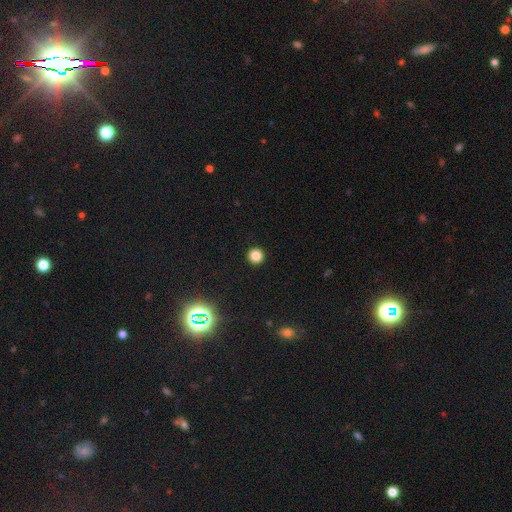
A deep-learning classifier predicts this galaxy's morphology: Smooth or featured?
  - smooth: 83% *
  - star or artifact: 13%
  - featured or disk: 4%
How rounded?
  - round: 96% *
  - in between: 3%
  - cigar-shaped: 1%
Merging?
  - none: 94% *
  - minor disturbance: 4%
  - major disturbance: 2%
  - merger: 1%